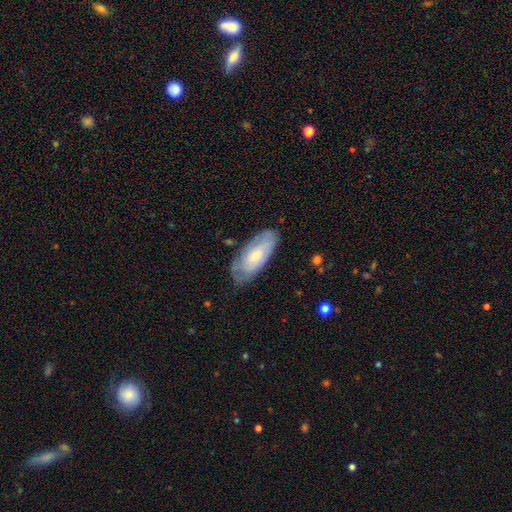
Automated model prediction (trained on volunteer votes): Smooth or featured? smooth (48%)
Merging? none (74%)